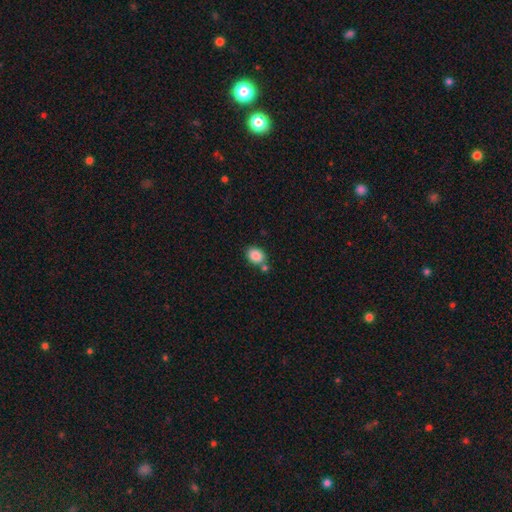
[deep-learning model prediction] A smooth galaxy with no disk features (86%) that is in between round and cigar-shaped (62%). Merging: none (68%).